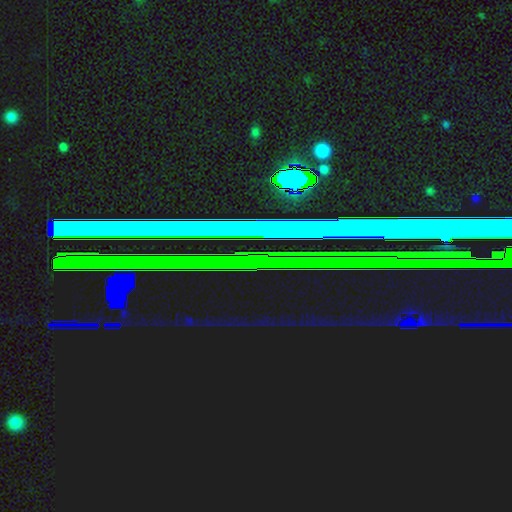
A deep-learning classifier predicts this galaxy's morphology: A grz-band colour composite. It shows a star or artifact, not a galaxy (84%).